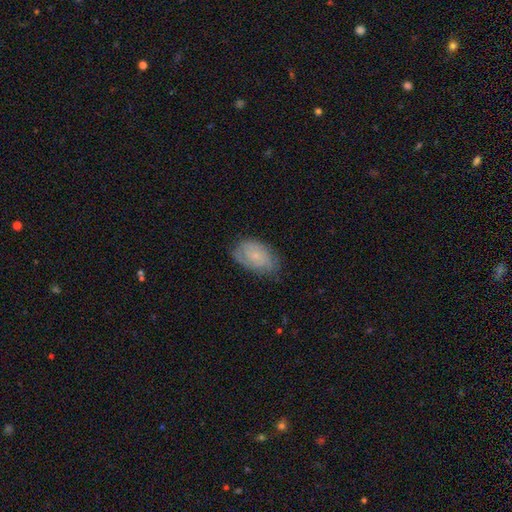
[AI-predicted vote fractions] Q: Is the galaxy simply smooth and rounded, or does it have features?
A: featured or disk — 55%.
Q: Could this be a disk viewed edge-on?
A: no — 96%.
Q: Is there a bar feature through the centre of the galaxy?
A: no — 74%.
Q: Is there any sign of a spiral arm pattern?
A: yes — 85%.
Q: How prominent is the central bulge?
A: small — 73%.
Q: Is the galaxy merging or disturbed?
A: none — 70%.